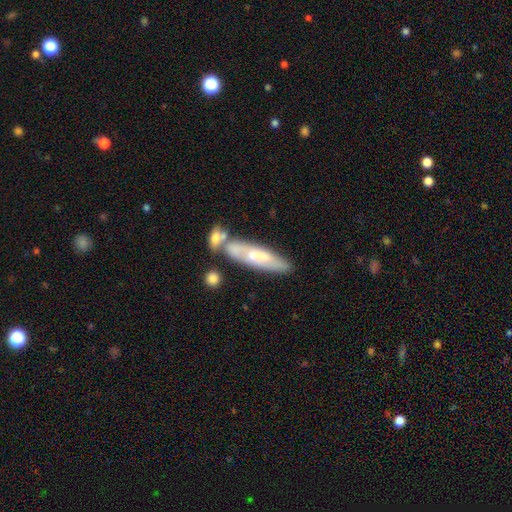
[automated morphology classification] smooth_or_featured: featured or disk (p=0.47) [tied with: smooth p=0.47]
merging: none (p=0.44) [alt: merger p=0.34]